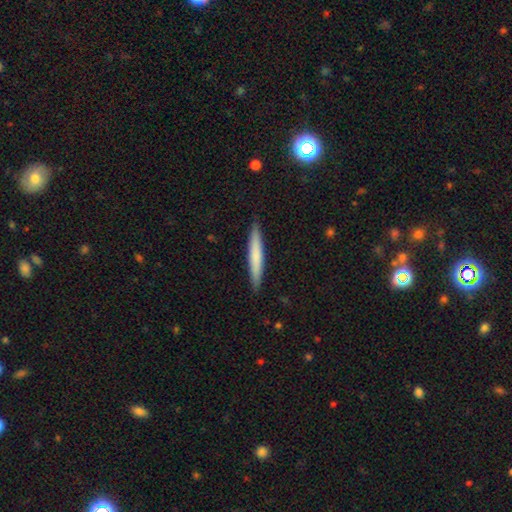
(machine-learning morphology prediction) This is likely a smooth galaxy (69%). How rounded: clearly cigar-shaped (95%). Merging: clearly none (90%).